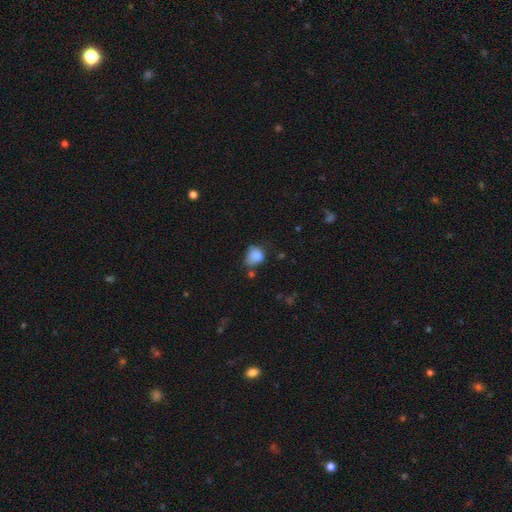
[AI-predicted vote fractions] smooth-or-featured: smooth: 82% | star or artifact: 10% | featured or disk: 8%
  how-rounded: round: 52% | in between: 47% | cigar-shaped: 1%
  merging: none: 42% | minor disturbance: 34% | major disturbance: 14% | merger: 10%